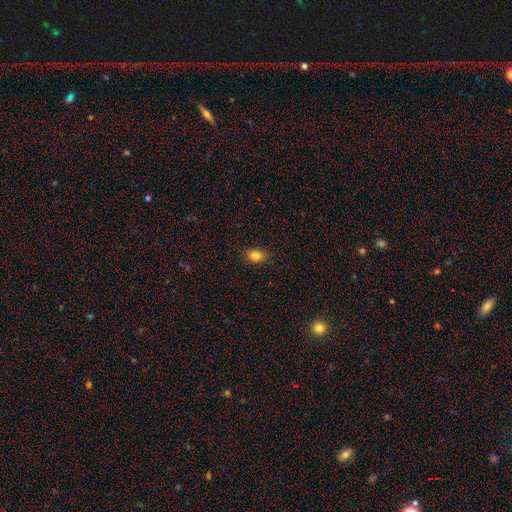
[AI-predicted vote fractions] Smooth or featured: smooth — 84% (star or artifact — 10%)
How rounded: in between — 77% (round — 21%)
Merging: none — 88% (minor disturbance — 9%)